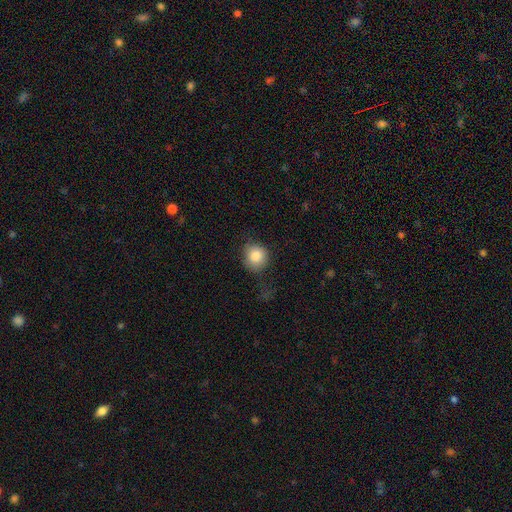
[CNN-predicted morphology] The model was most divided on "merging": none: 69%, minor disturbance: 21%, major disturbance: 9%, merger: 2%. More confident: how rounded — round (86%); smooth or featured — smooth (85%).